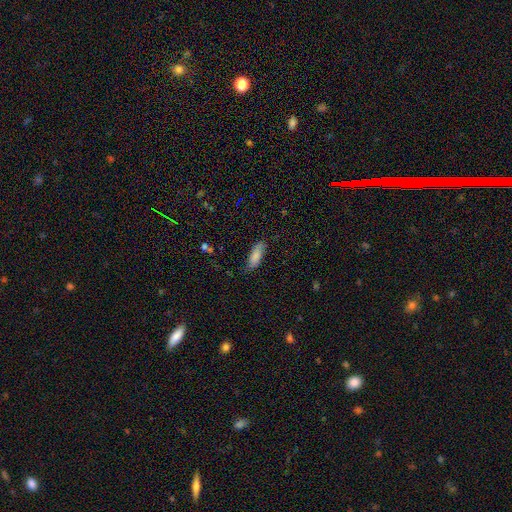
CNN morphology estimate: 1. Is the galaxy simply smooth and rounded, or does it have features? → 82% smooth, 11% featured or disk, 7% star or artifact.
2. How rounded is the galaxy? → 61% in between, 37% cigar-shaped, 2% round.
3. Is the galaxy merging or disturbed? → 76% none, 19% minor disturbance, 3% major disturbance, 2% merger.